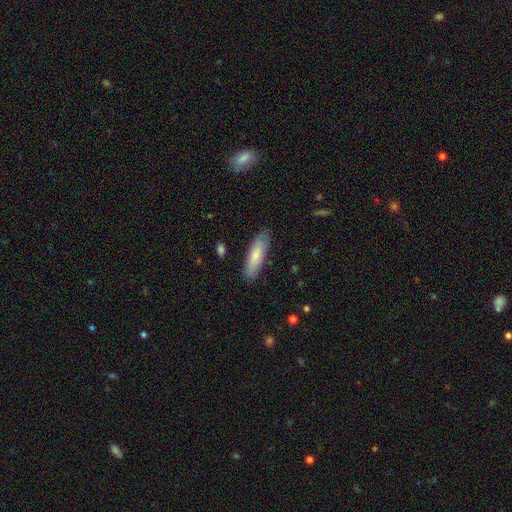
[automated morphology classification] A smooth galaxy with no disk features (77%) that is cigar-shaped (61%).

Vote fractions:
- Smooth or featured? smooth: 77% / featured or disk: 17% / star or artifact: 6%
- How rounded? cigar-shaped: 61% / in between: 37% / round: 2%
- Merging? none: 83% / minor disturbance: 13% / major disturbance: 3% / merger: 1%